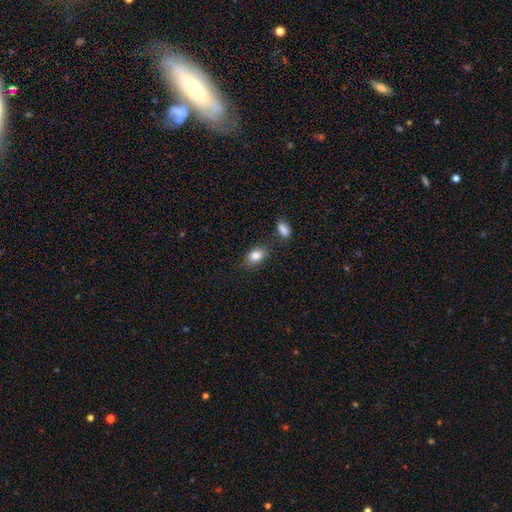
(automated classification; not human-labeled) Smooth or featured: smooth — 84% (star or artifact — 8%)
How rounded: in between — 80% (round — 19%)
Merging: none — 77% (minor disturbance — 14%)